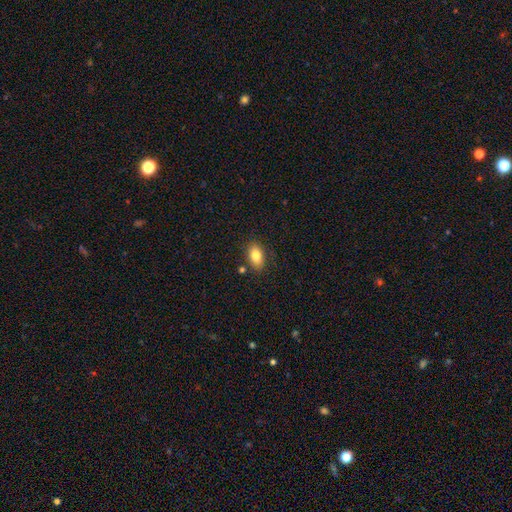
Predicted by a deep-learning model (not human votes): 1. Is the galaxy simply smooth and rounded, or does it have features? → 81% smooth, 11% featured or disk, 8% star or artifact.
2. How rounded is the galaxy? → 88% in between, 9% round, 2% cigar-shaped.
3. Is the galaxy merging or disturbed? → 81% none, 12% minor disturbance, 4% merger, 3% major disturbance.